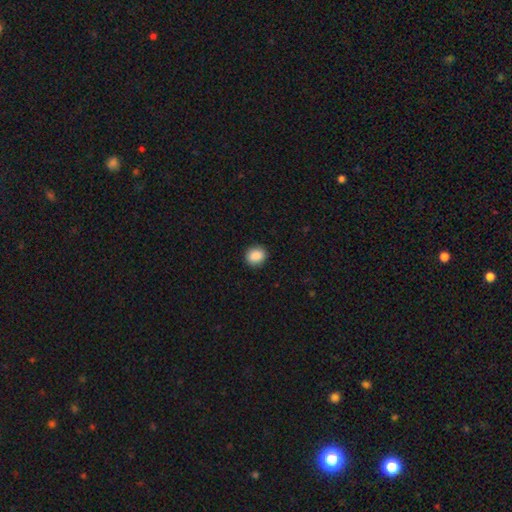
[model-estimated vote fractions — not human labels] Q: Smooth or featured?
A: smooth (88%); runner-up: star or artifact (8%)
Q: How rounded?
A: round (75%); runner-up: in between (24%)
Q: Merging?
A: none (91%); runner-up: minor disturbance (6%)